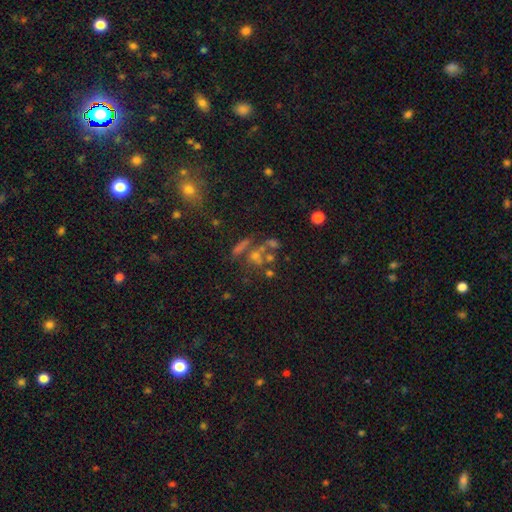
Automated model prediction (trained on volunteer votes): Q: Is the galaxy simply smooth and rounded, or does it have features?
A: star or artifact — 38%.